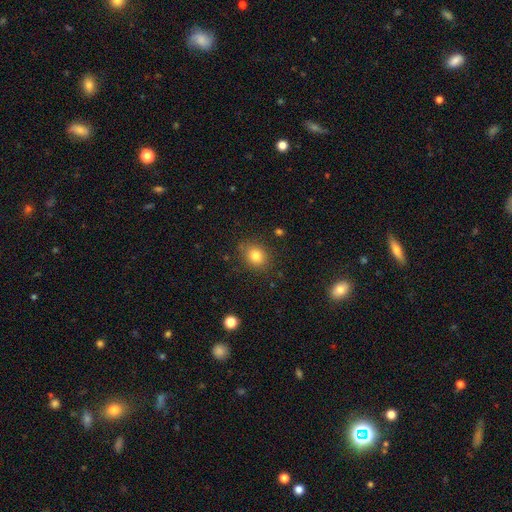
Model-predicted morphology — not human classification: Q: Smooth or featured?
A: smooth (81%); runner-up: star or artifact (11%)
Q: How rounded?
A: round (62%); runner-up: in between (37%)
Q: Merging?
A: none (84%); runner-up: minor disturbance (11%)